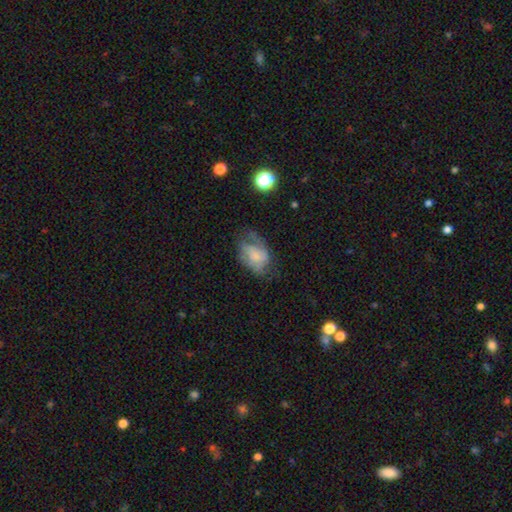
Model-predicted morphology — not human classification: Smooth or featured? smooth (46%)
Merging? none (37%)